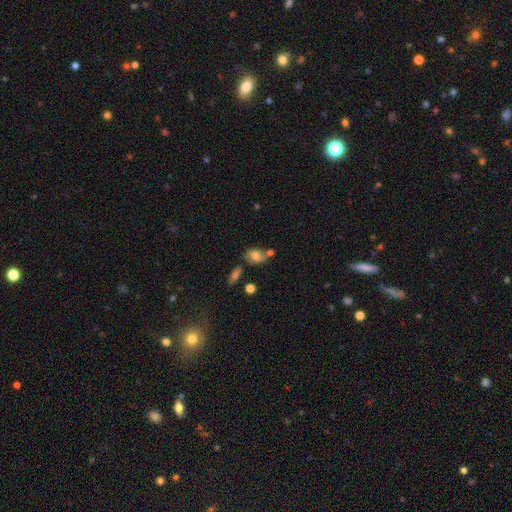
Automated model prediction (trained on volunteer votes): Smooth or featured? smooth (66%)
How rounded? in between (72%)
Merging? none (51%)